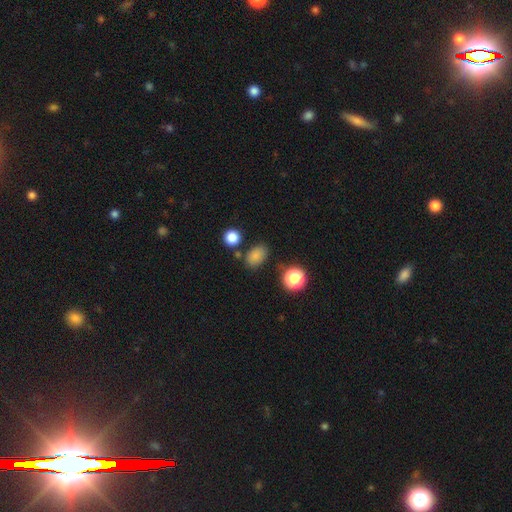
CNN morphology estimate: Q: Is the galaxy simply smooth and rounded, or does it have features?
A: smooth — 83%.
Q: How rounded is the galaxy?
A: in between — 78%.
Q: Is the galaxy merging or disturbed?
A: none — 77%.